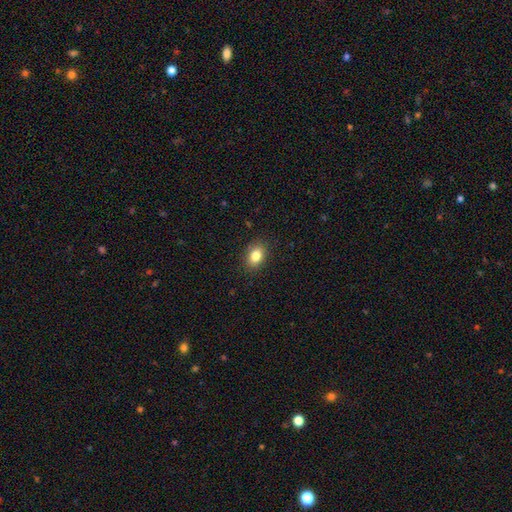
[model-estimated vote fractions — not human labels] smooth 83%, star or artifact 9%, featured or disk 8%. Down the decision tree: how rounded — in between (79%); merging — none (87%).